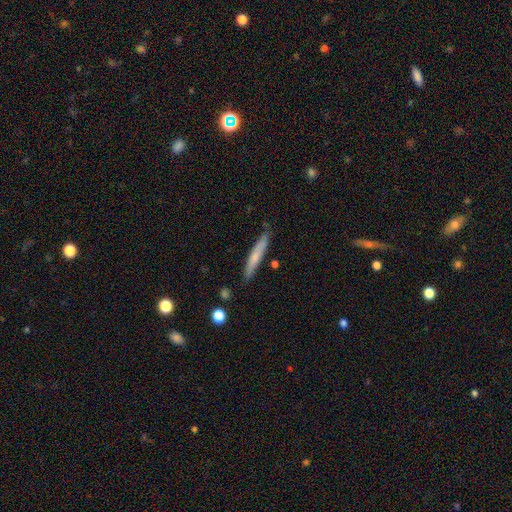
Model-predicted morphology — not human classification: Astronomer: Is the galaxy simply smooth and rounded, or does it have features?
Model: smooth — 63%.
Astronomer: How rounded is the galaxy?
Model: cigar-shaped — 94%.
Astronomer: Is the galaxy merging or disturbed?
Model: none — 85%.